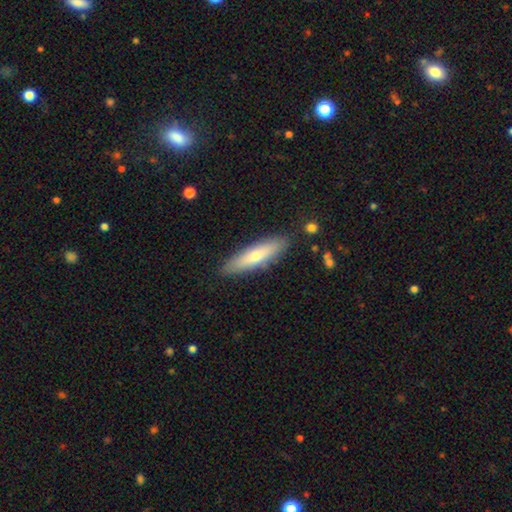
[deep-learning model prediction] smooth 60%, featured or disk 33%, star or artifact 6%. Down the decision tree: how rounded — cigar-shaped (70%); merging — none (86%).